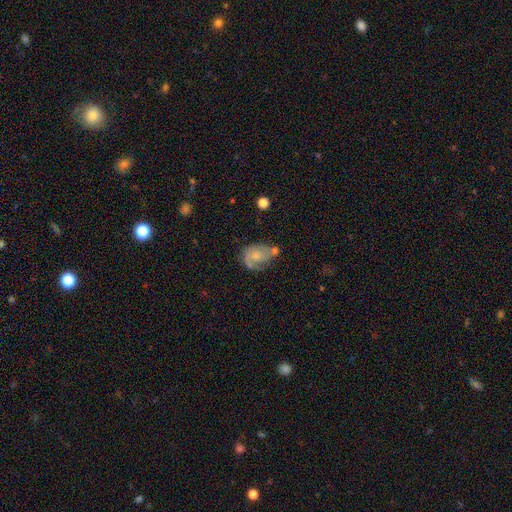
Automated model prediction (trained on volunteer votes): A featured or disk galaxy (55%) with no bar (74%), spiral arms (79%) and a small central bulge (56%). Merging: none (39%).